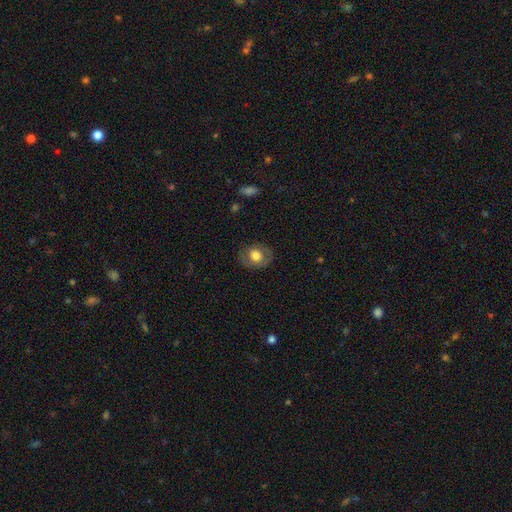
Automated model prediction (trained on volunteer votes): smooth-or-featured: smooth: 66% | featured or disk: 26% | star or artifact: 8%
  how-rounded: round: 53% | in between: 46% | cigar-shaped: 1%
  merging: none: 79% | minor disturbance: 14% | major disturbance: 6% | merger: 1%